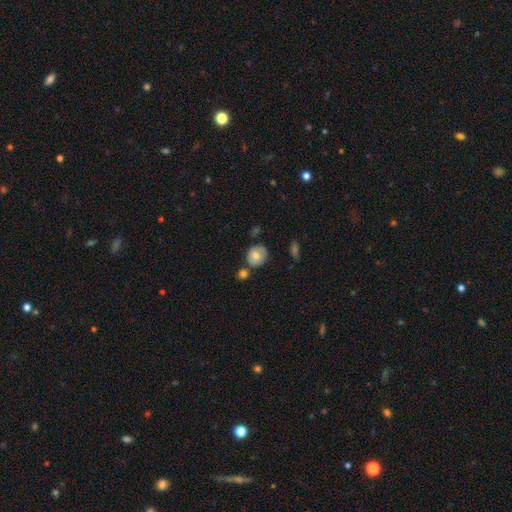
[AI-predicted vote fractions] Overall: smooth (65%; featured or disk 27%). How rounded: round (74%). Merging: none (67%).